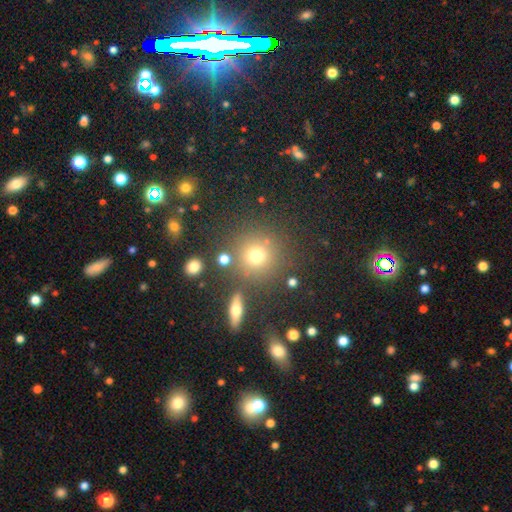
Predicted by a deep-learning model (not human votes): smooth_or_featured: smooth (p=0.70) [alt: star or artifact p=0.18]
how_rounded: round (p=0.90) [alt: in between p=0.08]
merging: none (p=0.78) [alt: minor disturbance p=0.09]